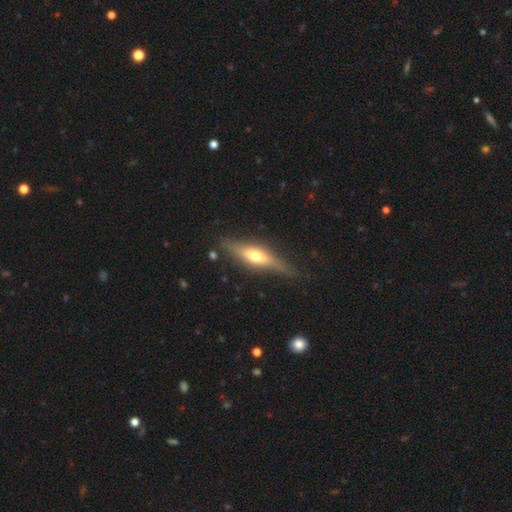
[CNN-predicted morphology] Smooth or featured?
  - featured or disk: 58% *
  - smooth: 36%
  - star or artifact: 6%
Edge-on disk?
  - yes: 91% *
  - no: 9%
Edge-on bulge?
  - rounded: 89% *
  - boxy: 6%
  - none: 4%
Merging?
  - none: 80% *
  - minor disturbance: 14%
  - major disturbance: 4%
  - merger: 2%